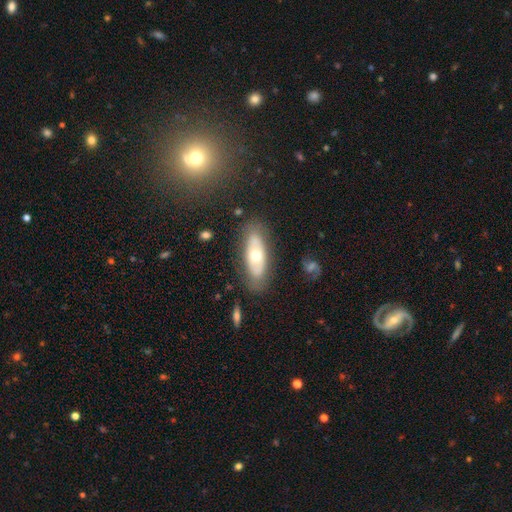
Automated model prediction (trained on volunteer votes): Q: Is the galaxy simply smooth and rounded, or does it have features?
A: featured or disk — 50%.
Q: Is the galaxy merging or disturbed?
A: none — 79%.